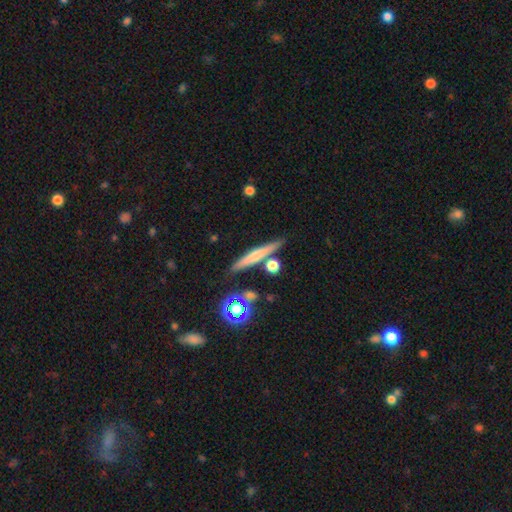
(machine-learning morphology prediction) smooth-or-featured: smooth: 48% | featured or disk: 42% | star or artifact: 10%
  merging: none: 80% | minor disturbance: 9% | merger: 8% | major disturbance: 3%